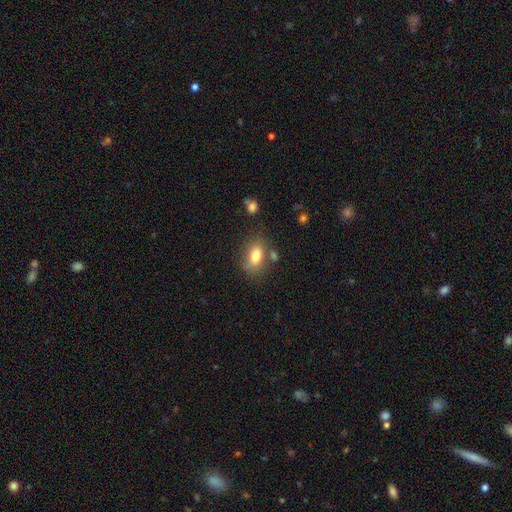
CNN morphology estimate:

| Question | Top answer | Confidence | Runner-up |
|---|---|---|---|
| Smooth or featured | smooth | 78% | featured or disk (13%) |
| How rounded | in between | 83% | round (13%) |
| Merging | none | 69% | minor disturbance (16%) |